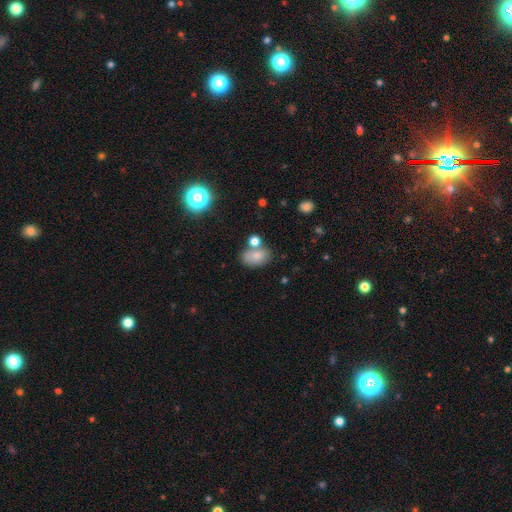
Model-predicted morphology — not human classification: Smooth or featured? smooth (79%)
How rounded? in between (82%)
Merging? none (56%)